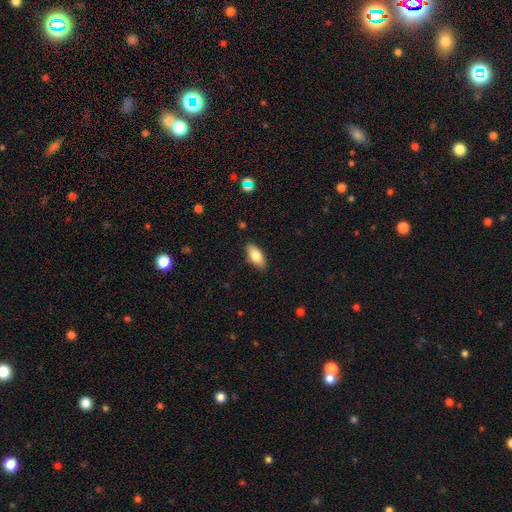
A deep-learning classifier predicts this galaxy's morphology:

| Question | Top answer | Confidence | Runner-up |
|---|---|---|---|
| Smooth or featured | smooth | 80% | featured or disk (14%) |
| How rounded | in between | 87% | cigar-shaped (11%) |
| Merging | none | 88% | minor disturbance (9%) |